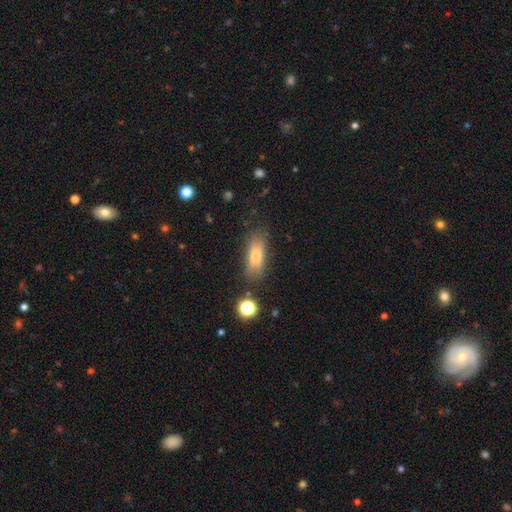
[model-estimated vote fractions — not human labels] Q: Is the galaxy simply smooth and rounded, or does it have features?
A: smooth — 71%.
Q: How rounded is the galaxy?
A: in between — 61%.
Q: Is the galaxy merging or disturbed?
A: none — 72%.